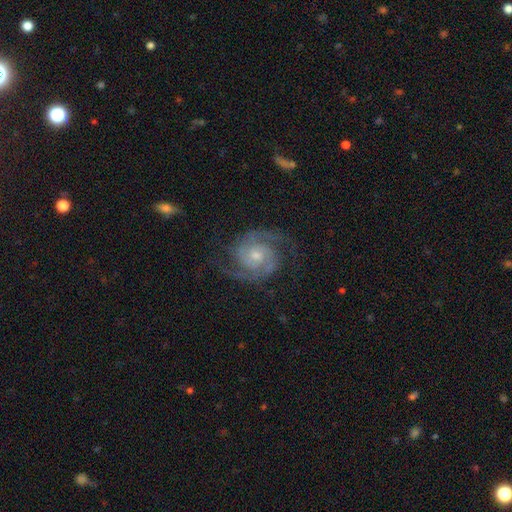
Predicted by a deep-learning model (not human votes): smooth-or-featured: featured or disk: 91% | star or artifact: 5% | smooth: 4%
  disk-edge-on: no: 98% | yes: 2%
    bar: no: 68% | weak: 27% | strong: 6%
    has-spiral-arms: yes: 98% | no: 2%
      spiral-winding: tight: 47% | medium: 45% | loose: 8%
      spiral-arm-count: 2: 83% | 3: 8% | can't tell: 4% | 4: 2% | 1: 2% | more than 4: 2%
    bulge-size: moderate: 47% | small: 46% | large: 3% | none: 2% | dominant: 1%
  merging: none: 78% | minor disturbance: 14% | major disturbance: 7% | merger: 1%